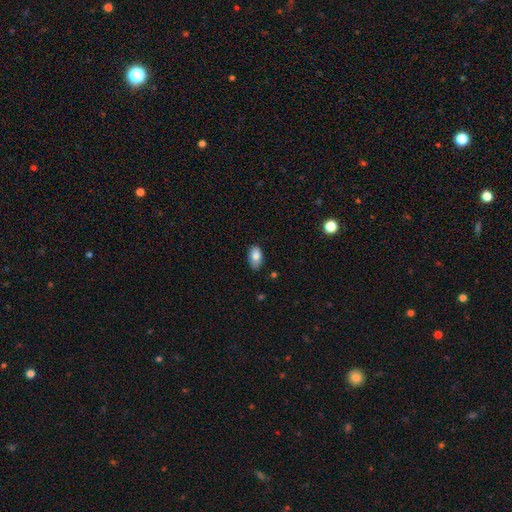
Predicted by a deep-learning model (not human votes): Smooth or featured? smooth (85%)
How rounded? in between (93%)
Merging? none (77%)